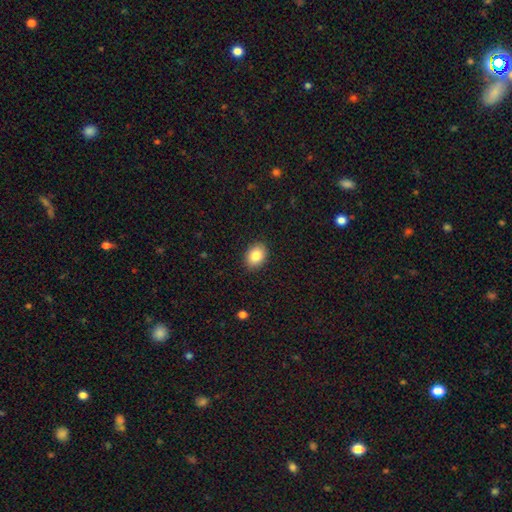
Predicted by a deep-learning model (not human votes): The model was most divided on "how rounded": in between: 69%, round: 30%, cigar-shaped: 1%. More confident: merging — none (89%); smooth or featured — smooth (85%).